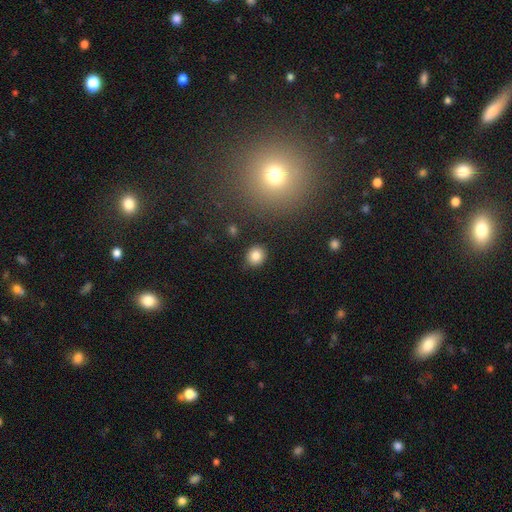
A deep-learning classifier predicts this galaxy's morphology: This is clearly a smooth galaxy (83%). How rounded: clearly round (81%). Merging: clearly none (88%).